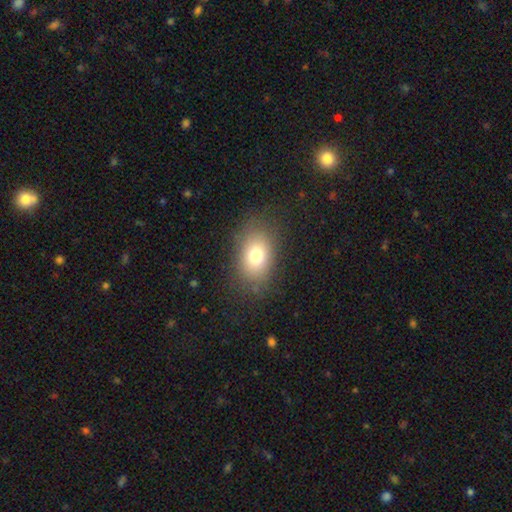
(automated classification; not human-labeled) Smooth or featured? Predicted: smooth (p=0.75). How rounded? Predicted: in between (p=0.77). Merging? Predicted: none (p=0.81).